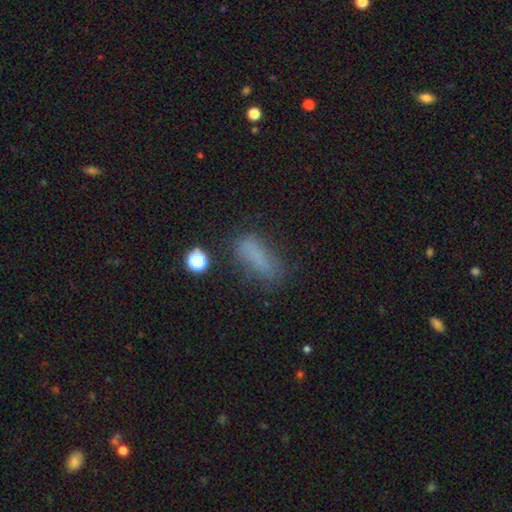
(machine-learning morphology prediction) Q: Smooth or featured?
A: smooth (73%); runner-up: star or artifact (15%)
Q: How rounded?
A: in between (59%); runner-up: cigar-shaped (37%)
Q: Merging?
A: none (64%); runner-up: minor disturbance (21%)